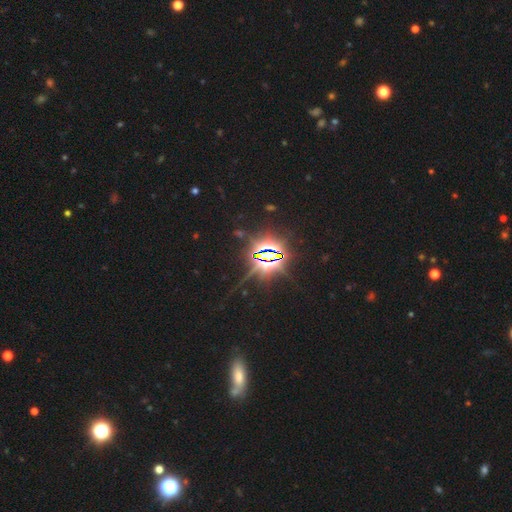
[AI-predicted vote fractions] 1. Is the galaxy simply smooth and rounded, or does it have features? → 83% star or artifact, 9% smooth, 8% featured or disk.